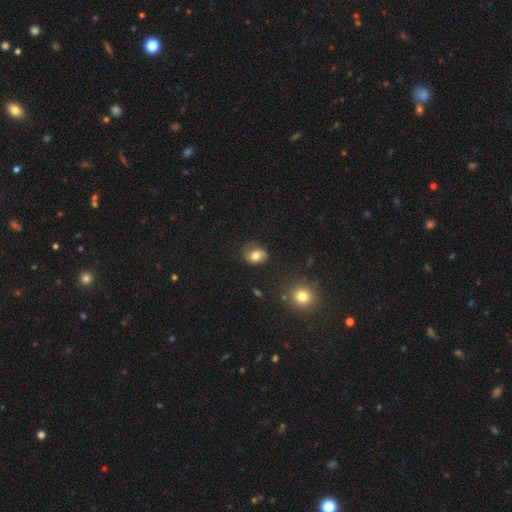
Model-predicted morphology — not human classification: This is likely a smooth galaxy (63%). How rounded: possibly in between (53%). Merging: likely none (70%).